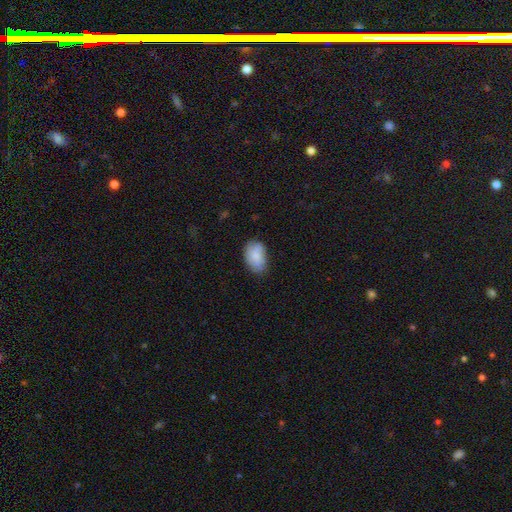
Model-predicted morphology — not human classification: Overall: smooth (81%). How rounded: in between (90%). Merging: none (69%).